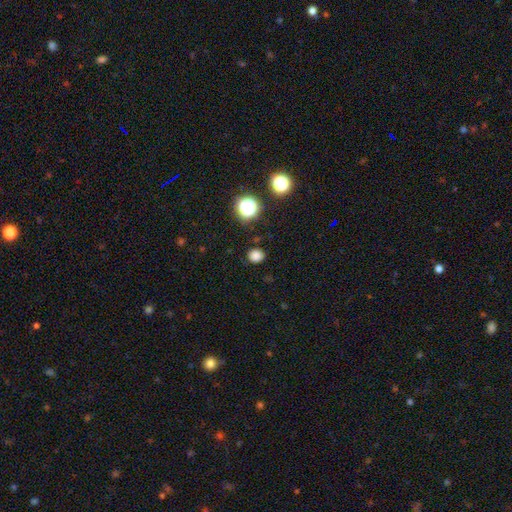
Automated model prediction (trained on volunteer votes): smooth 80%, star or artifact 16%, featured or disk 4%. Down the decision tree: how rounded — round (73%); merging — none (88%).